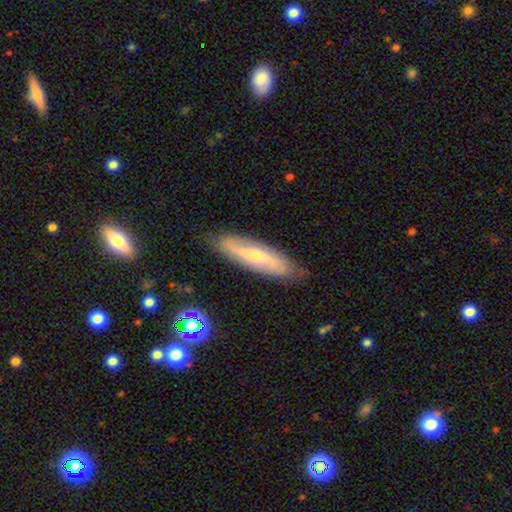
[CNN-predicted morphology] The model was most divided on "smooth or featured": featured or disk: 60%, smooth: 33%, star or artifact: 7%. More confident: merging — none (84%); edge-on disk — no (63%).